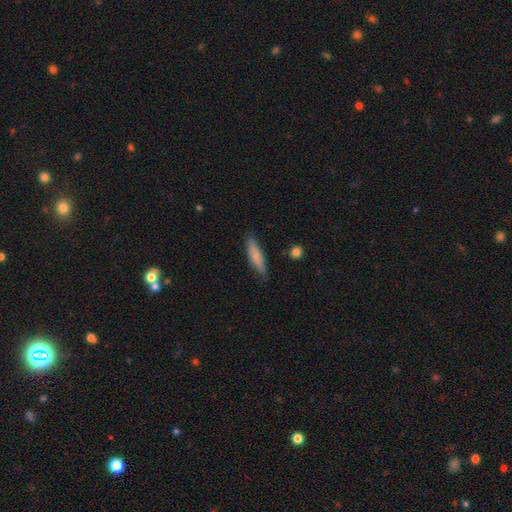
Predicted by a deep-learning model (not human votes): Q: Smooth or featured?
A: smooth (76%); runner-up: featured or disk (18%)
Q: How rounded?
A: cigar-shaped (72%); runner-up: in between (26%)
Q: Merging?
A: none (82%); runner-up: minor disturbance (14%)